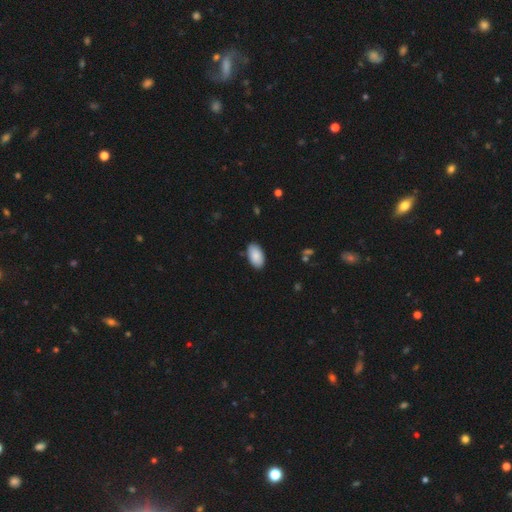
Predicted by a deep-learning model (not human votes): This appears to be a smooth galaxy with no disk features (88%) that is in between round and cigar-shaped (96%). Merging: none (87%).